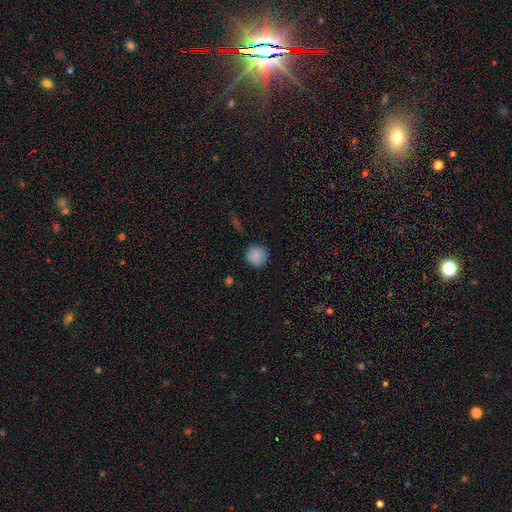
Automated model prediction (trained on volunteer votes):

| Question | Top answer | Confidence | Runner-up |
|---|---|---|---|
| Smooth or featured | smooth | 87% | star or artifact (9%) |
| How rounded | round | 93% | in between (6%) |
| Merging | none | 86% | minor disturbance (10%) |